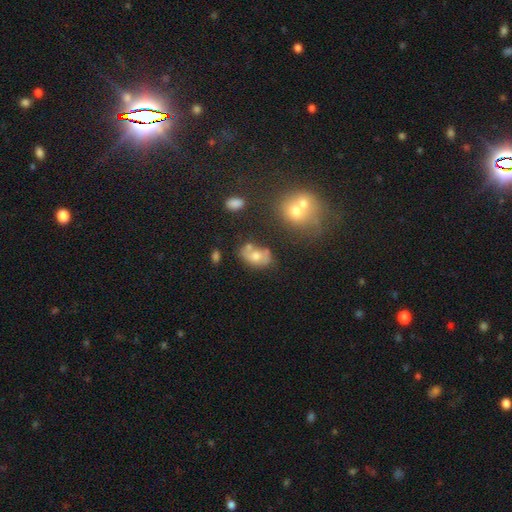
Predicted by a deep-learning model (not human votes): Morphology: type=smooth (52%); roundness=in between (84%); merging=none (52%).